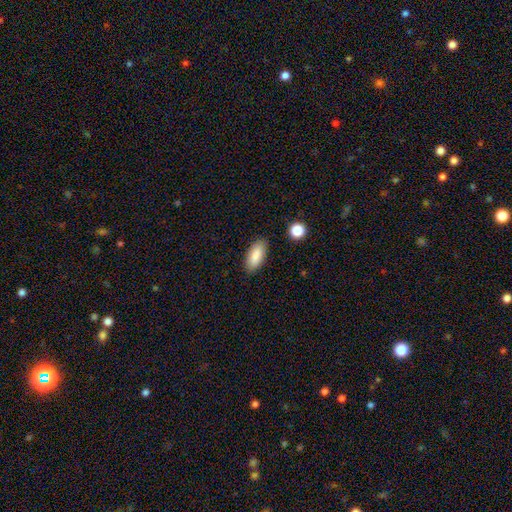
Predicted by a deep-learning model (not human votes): The model was most divided on "how rounded": in between: 84%, cigar-shaped: 14%, round: 2%. More confident: smooth or featured — smooth (87%); merging — none (86%).